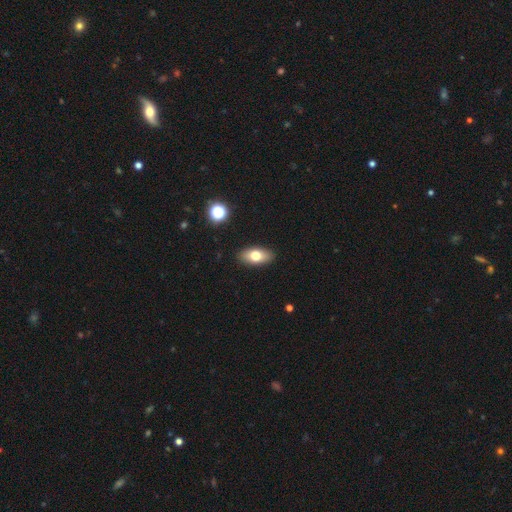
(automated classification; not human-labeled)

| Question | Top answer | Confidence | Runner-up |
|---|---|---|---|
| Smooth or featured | smooth | 72% | featured or disk (20%) |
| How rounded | in between | 87% | cigar-shaped (8%) |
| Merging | none | 89% | minor disturbance (8%) |